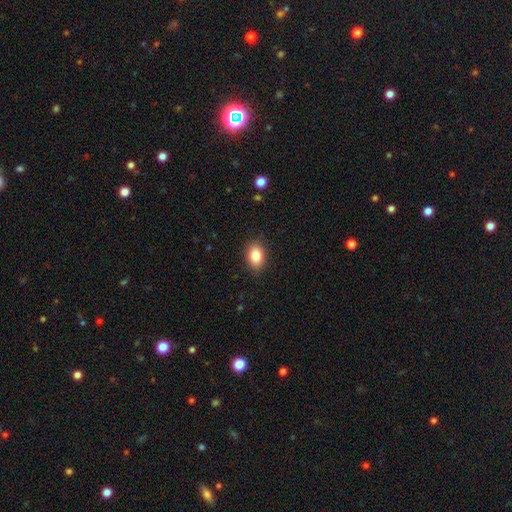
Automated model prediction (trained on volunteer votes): Morphology: type=smooth (85%); roundness=in between (80%); merging=none (87%).